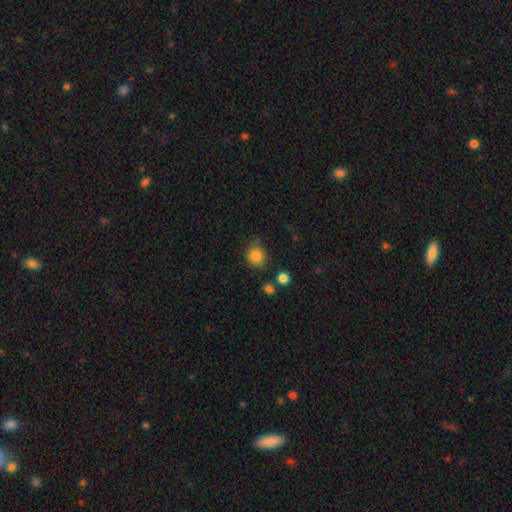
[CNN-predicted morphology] A smooth galaxy with no disk features (86%) that is round (86%).

Vote fractions:
- Smooth or featured? smooth: 86% / star or artifact: 10% / featured or disk: 4%
- How rounded? round: 86% / in between: 13% / cigar-shaped: 1%
- Merging? none: 76% / minor disturbance: 15% / merger: 5% / major disturbance: 4%